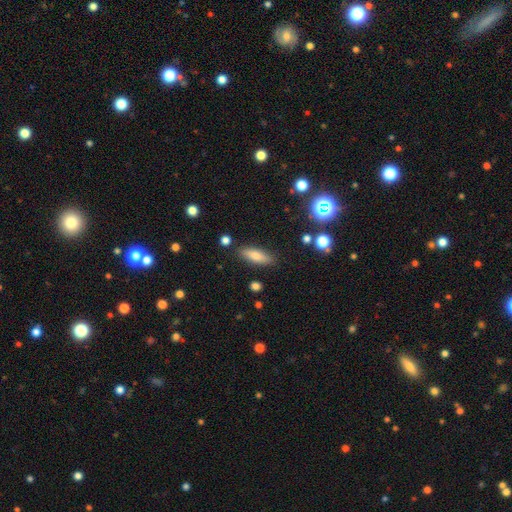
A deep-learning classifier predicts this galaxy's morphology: A smooth galaxy with no disk features (76%) that is in between round and cigar-shaped (53%). Merging: none (85%).